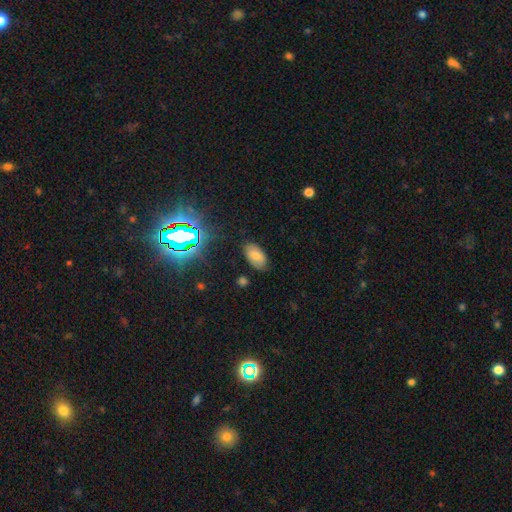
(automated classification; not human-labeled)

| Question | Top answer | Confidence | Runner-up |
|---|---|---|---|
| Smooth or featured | smooth | 74% | star or artifact (14%) |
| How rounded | in between | 94% | round (4%) |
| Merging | none | 81% | minor disturbance (14%) |